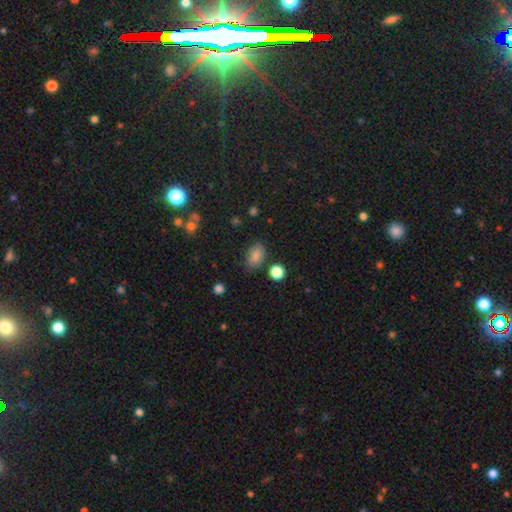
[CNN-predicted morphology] smooth-or-featured: smooth: 84% | star or artifact: 10% | featured or disk: 6%
  how-rounded: in between: 85% | round: 14% | cigar-shaped: 2%
  merging: none: 80% | minor disturbance: 13% | major disturbance: 4% | merger: 3%